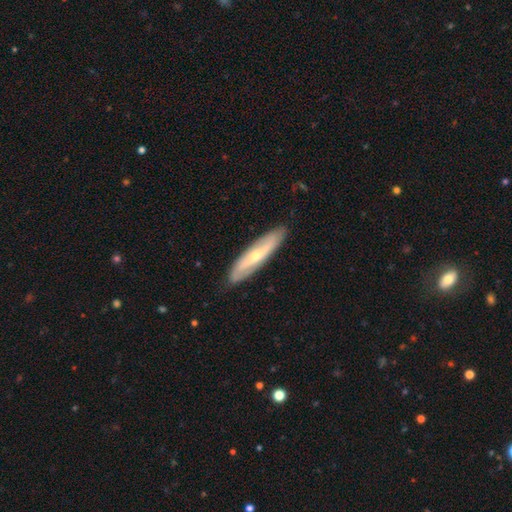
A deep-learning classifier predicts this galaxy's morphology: Smooth or featured: featured or disk — 62% (smooth — 33%)
Edge-on disk: no — 53% (yes — 47%)
Merging: none — 86% (minor disturbance — 11%)